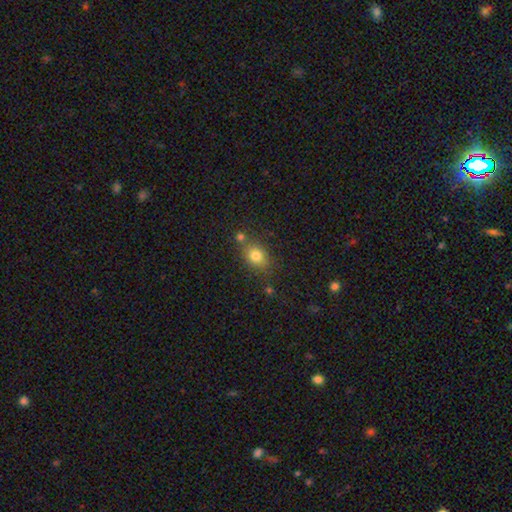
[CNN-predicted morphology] type=smooth (79%); roundness=in between (50%); merging=none (67%).